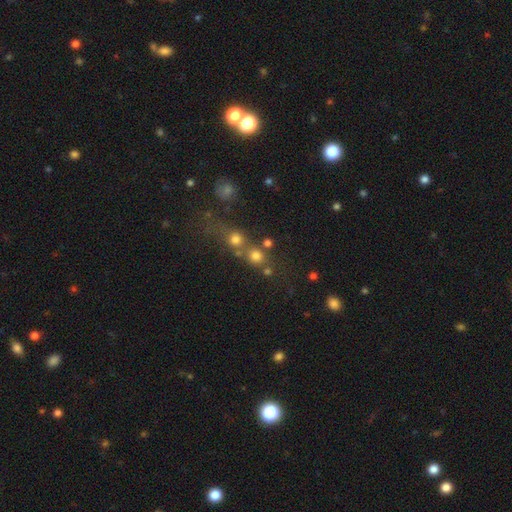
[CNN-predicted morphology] type=smooth (68%); roundness=round (89%); merging=none (54%).